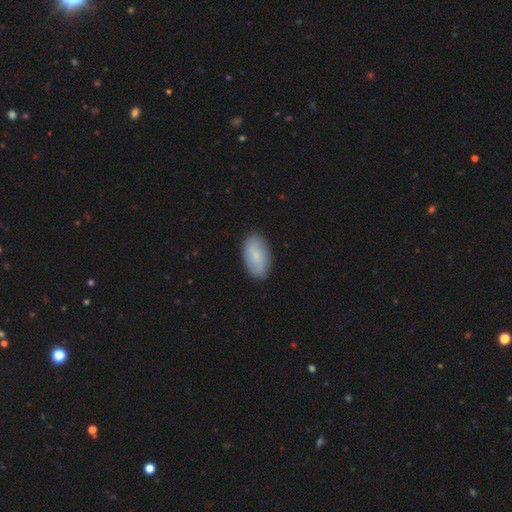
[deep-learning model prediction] This appears to be a smooth galaxy with no disk features (72%) that is in between round and cigar-shaped (94%). Merging: none (87%).